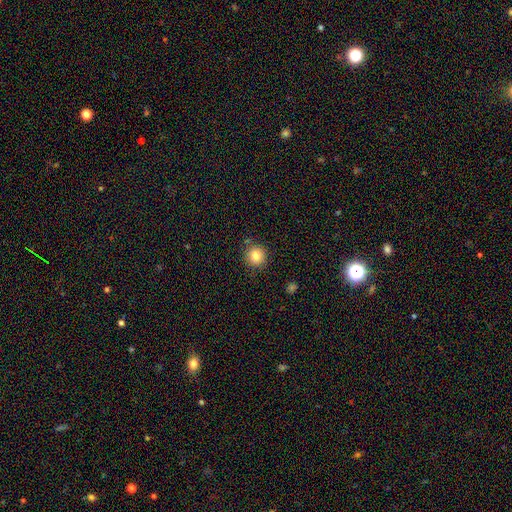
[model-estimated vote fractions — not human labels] Smooth or featured: smooth — 82% (star or artifact — 11%)
How rounded: round — 93% (in between — 6%)
Merging: none — 87% (minor disturbance — 8%)